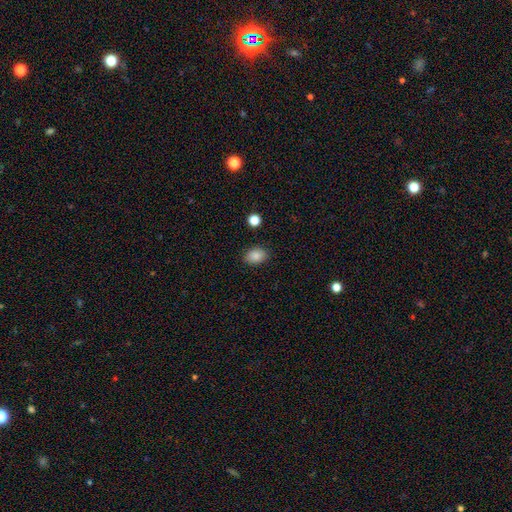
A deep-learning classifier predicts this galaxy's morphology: Smooth or featured?
  - smooth: 86% *
  - star or artifact: 9%
  - featured or disk: 5%
How rounded?
  - in between: 78% *
  - round: 21%
  - cigar-shaped: 1%
Merging?
  - none: 87% *
  - minor disturbance: 9%
  - major disturbance: 2%
  - merger: 2%